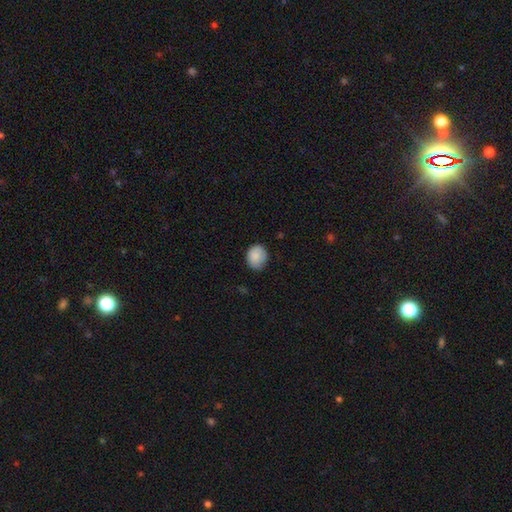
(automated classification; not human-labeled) This appears to be a smooth galaxy with no disk features (87%) that is round (59%). Merging: none (73%).